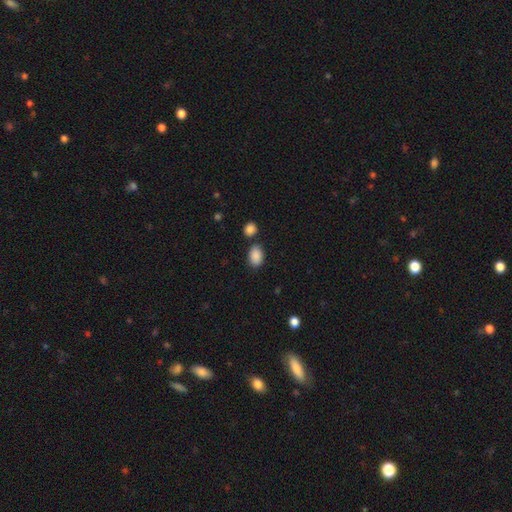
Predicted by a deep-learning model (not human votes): Smooth or featured?
  - smooth: 89% *
  - star or artifact: 7%
  - featured or disk: 3%
How rounded?
  - in between: 87% *
  - round: 12%
  - cigar-shaped: 1%
Merging?
  - none: 76% *
  - minor disturbance: 12%
  - merger: 9%
  - major disturbance: 3%